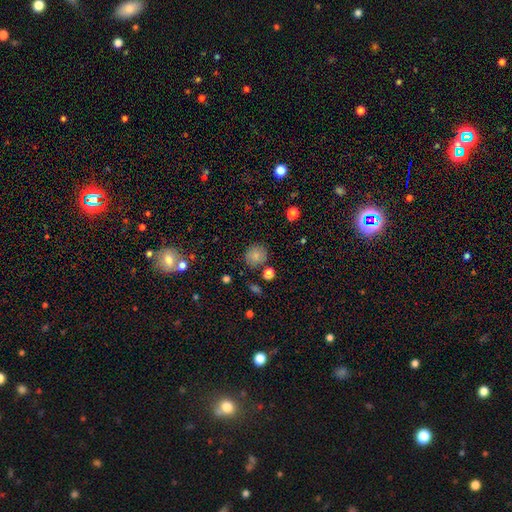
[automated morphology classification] This appears to be a smooth galaxy with no disk features (82%) that is round (88%). Merging: none (82%).